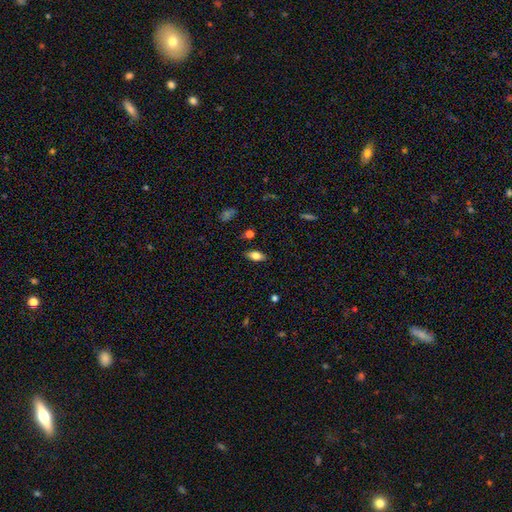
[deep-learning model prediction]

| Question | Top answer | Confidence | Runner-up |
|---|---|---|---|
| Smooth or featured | smooth | 77% | featured or disk (14%) |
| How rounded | in between | 87% | cigar-shaped (9%) |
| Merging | none | 86% | minor disturbance (10%) |